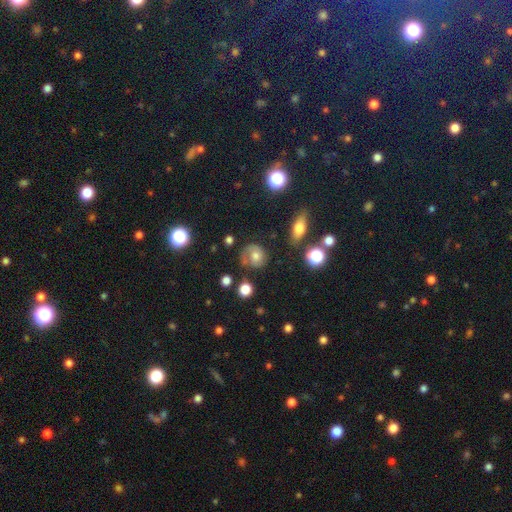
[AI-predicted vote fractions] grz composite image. It shows a smooth galaxy with no disk features (50%). Merging: none (55%).